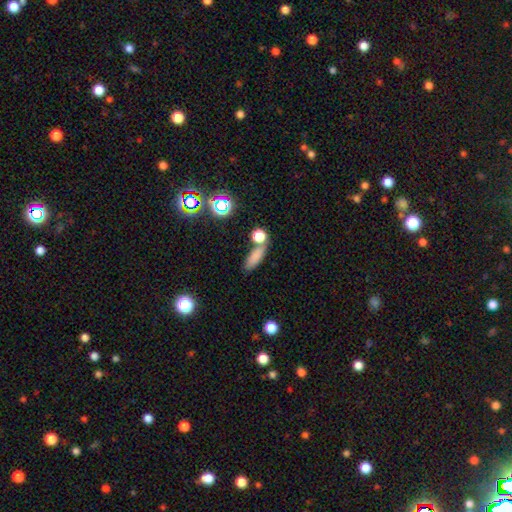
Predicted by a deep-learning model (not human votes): Smooth or featured? smooth (77%)
How rounded? in between (55%)
Merging? none (64%)